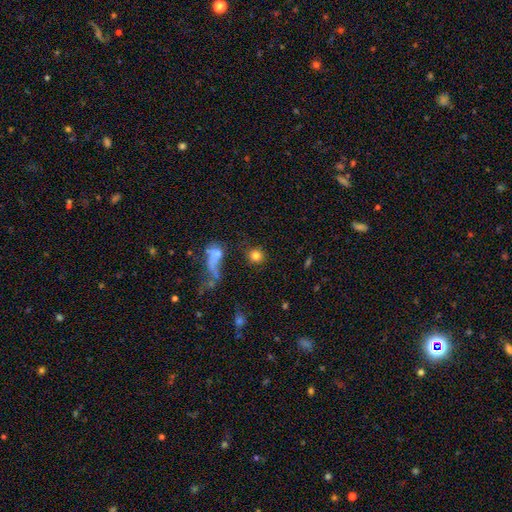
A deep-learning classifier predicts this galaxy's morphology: smooth 79%, star or artifact 12%, featured or disk 9%. Down the decision tree: how rounded — round (89%); merging — none (73%).